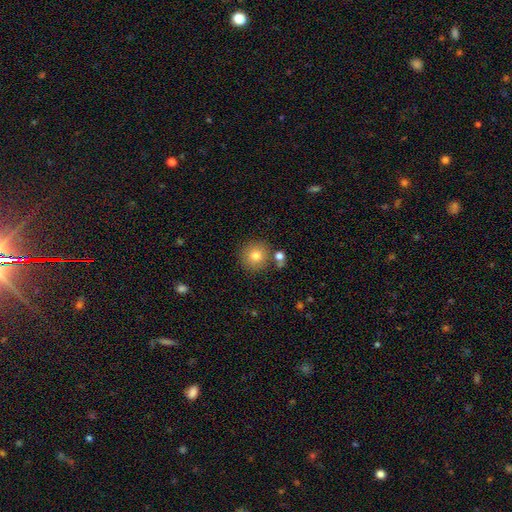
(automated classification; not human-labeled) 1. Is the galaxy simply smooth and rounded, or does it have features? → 79% smooth, 11% star or artifact, 9% featured or disk.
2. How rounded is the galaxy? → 93% round, 6% in between, 1% cigar-shaped.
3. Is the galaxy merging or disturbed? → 79% none, 10% merger, 9% minor disturbance, 3% major disturbance.